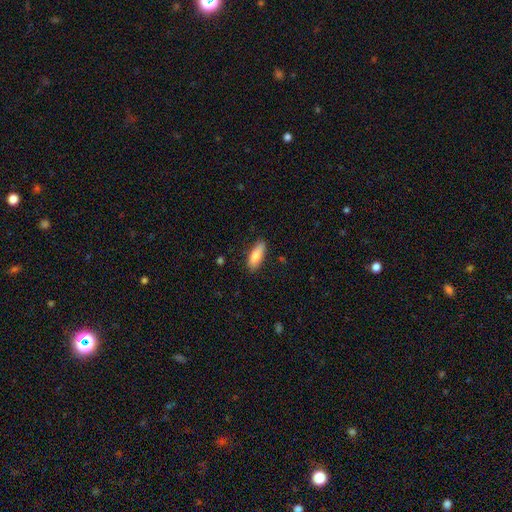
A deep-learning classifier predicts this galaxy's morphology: This appears to be a smooth galaxy with no disk features (82%) that is in between round and cigar-shaped (69%). Merging: none (82%).